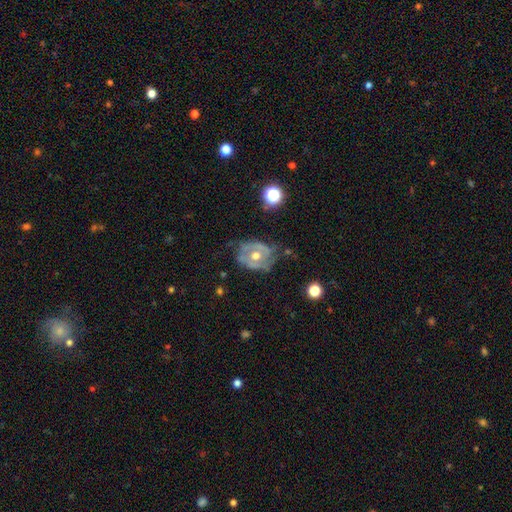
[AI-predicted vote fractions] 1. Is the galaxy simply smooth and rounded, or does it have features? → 73% featured or disk, 20% smooth, 7% star or artifact.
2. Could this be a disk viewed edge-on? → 96% no, 4% yes.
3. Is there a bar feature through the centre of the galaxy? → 71% no, 22% weak, 7% strong.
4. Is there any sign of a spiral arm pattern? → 63% yes, 37% no.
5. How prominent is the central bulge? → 77% moderate, 14% small, 7% large, 1% none, 1% dominant.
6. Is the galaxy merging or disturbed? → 53% none, 28% minor disturbance, 16% major disturbance, 3% merger.